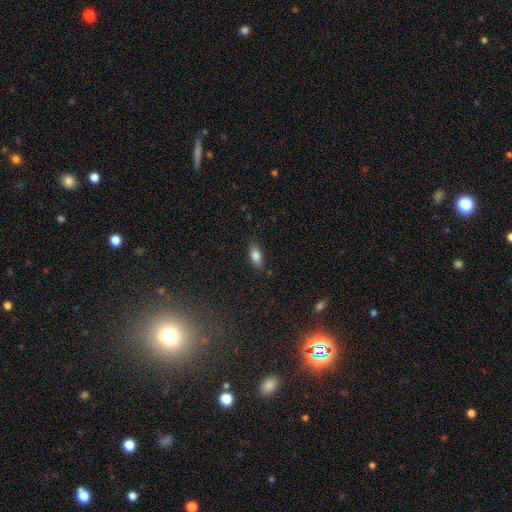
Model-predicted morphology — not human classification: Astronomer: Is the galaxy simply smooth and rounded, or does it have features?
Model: smooth — 84%.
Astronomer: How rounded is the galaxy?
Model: in between — 87%.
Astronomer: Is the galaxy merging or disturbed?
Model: none — 83%.